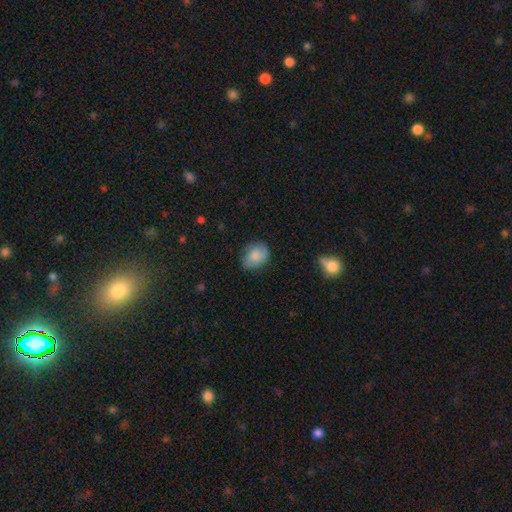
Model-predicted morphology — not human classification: This is clearly a smooth galaxy (81%). How rounded: possibly in between (52%). Merging: likely none (72%).